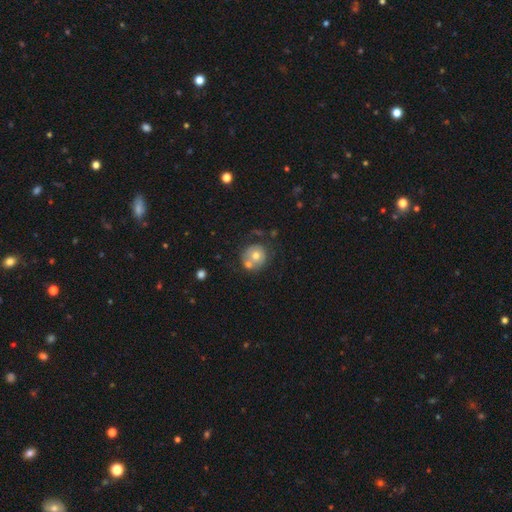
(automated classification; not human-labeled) Overall: smooth (59%; featured or disk 33%). How rounded: round (88%). Merging: none (46%; merger 33%).